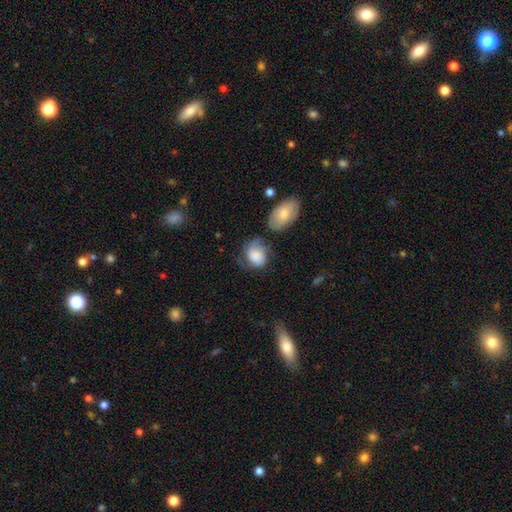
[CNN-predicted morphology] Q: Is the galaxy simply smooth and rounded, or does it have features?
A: smooth — 74%.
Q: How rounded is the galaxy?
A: in between — 57%.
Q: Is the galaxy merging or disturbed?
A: none — 37%.